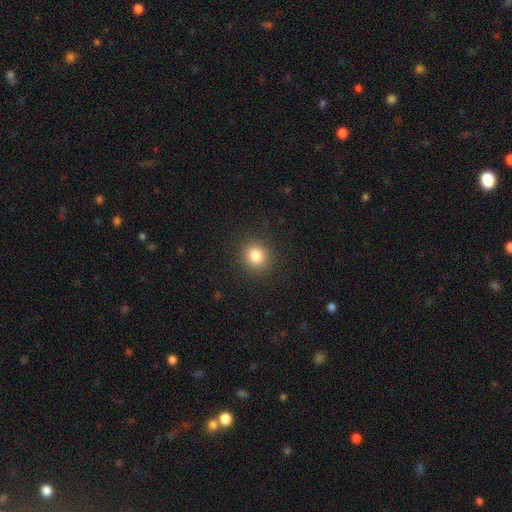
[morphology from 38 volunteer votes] smooth 89%, featured or disk 5%, star or artifact 5%. Down the decision tree: how rounded — round (82%); merging — none (72%).